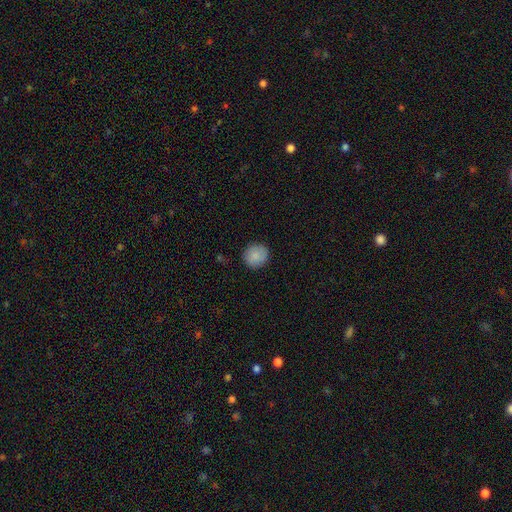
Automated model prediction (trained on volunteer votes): smooth-or-featured: smooth: 88% | star or artifact: 8% | featured or disk: 5%
  how-rounded: round: 89% | in between: 10% | cigar-shaped: 1%
  merging: none: 88% | minor disturbance: 9% | major disturbance: 2% | merger: 1%